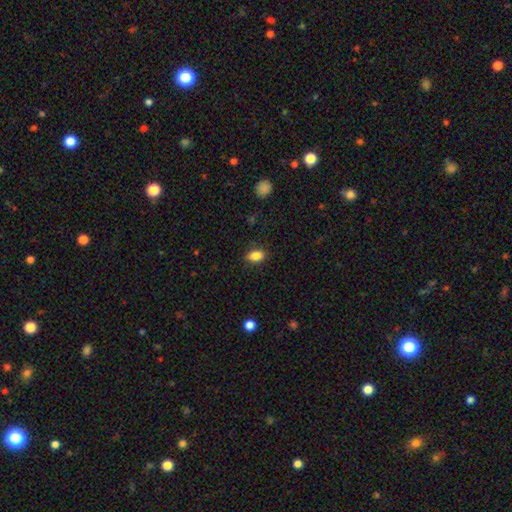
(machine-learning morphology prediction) smooth-or-featured: smooth: 85% | star or artifact: 9% | featured or disk: 6%
  how-rounded: in between: 84% | round: 14% | cigar-shaped: 2%
  merging: none: 85% | minor disturbance: 11% | major disturbance: 2% | merger: 1%